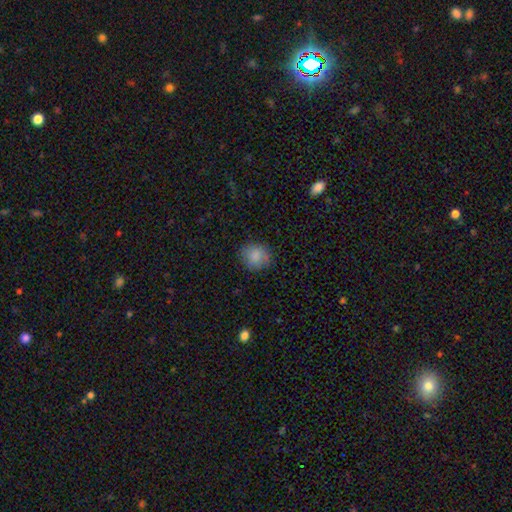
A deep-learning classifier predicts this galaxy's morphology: The model was most divided on "how rounded": round: 76%, in between: 23%, cigar-shaped: 1%. More confident: smooth or featured — smooth (85%); merging — none (83%).